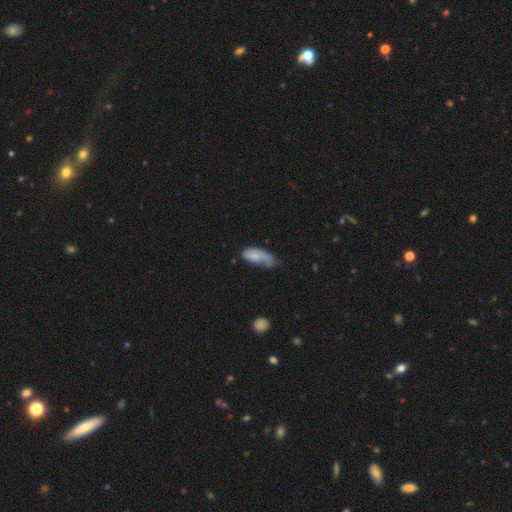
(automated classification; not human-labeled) Overall: smooth (69%). How rounded: in between (86%). Merging: minor disturbance (34%; major disturbance 31%).